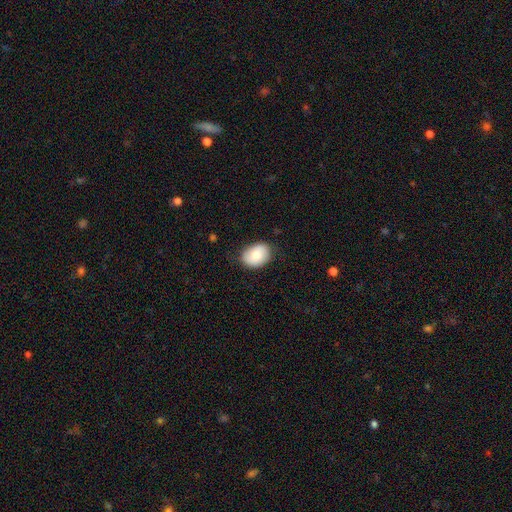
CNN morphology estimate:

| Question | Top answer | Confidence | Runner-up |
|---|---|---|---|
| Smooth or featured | smooth | 77% | featured or disk (16%) |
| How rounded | in between | 72% | round (27%) |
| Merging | none | 78% | minor disturbance (17%) |